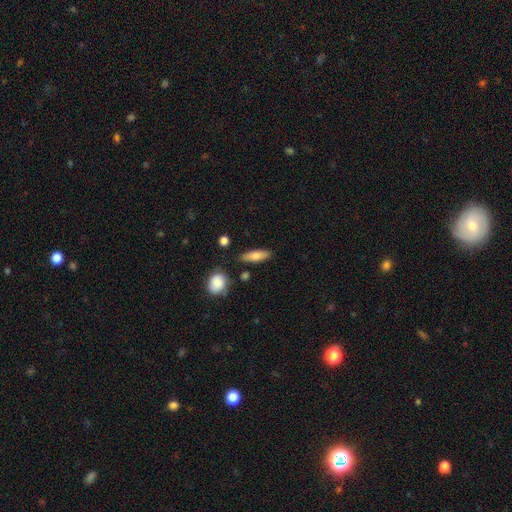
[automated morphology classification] Smooth or featured: smooth — 76% (featured or disk — 17%)
How rounded: in between — 55% (cigar-shaped — 42%)
Merging: none — 81% (minor disturbance — 12%)